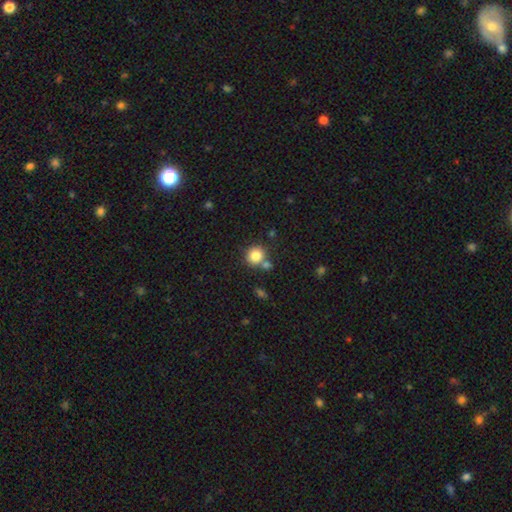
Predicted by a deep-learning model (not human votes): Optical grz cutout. It shows a smooth galaxy with no disk features (83%) that is round (88%). Merging: none (68%).